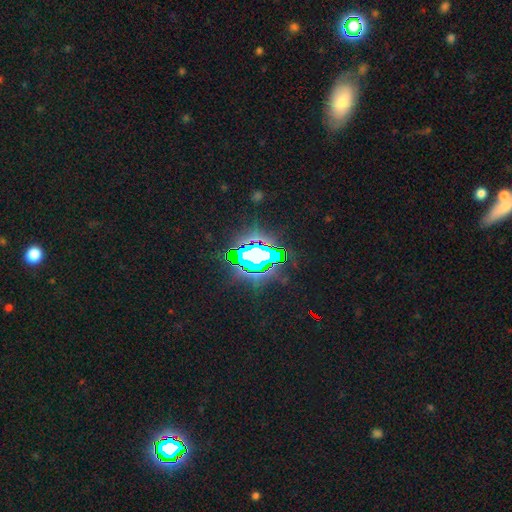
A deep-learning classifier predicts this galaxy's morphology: Smooth or featured? Predicted: star or artifact (p=0.74).